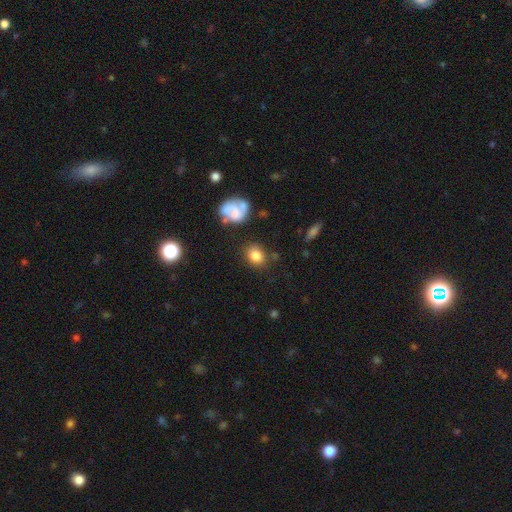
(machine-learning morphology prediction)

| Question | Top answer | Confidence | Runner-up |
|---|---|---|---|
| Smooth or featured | smooth | 81% | star or artifact (10%) |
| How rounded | round | 54% | in between (44%) |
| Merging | none | 76% | minor disturbance (14%) |